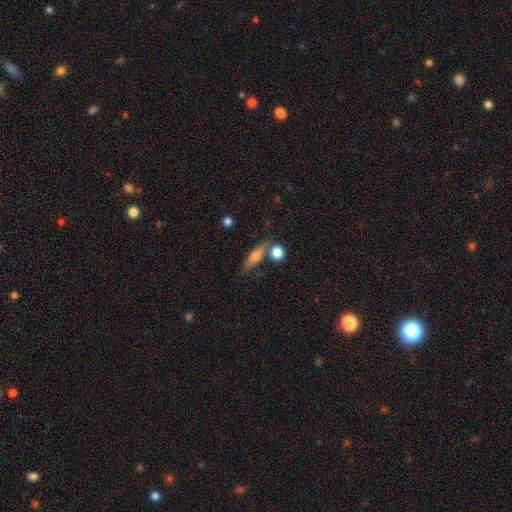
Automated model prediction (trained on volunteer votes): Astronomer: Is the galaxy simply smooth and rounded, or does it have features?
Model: smooth — 65%.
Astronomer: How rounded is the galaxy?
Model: cigar-shaped — 55% (runner-up: in between, 37%).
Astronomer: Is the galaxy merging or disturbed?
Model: none — 63%.